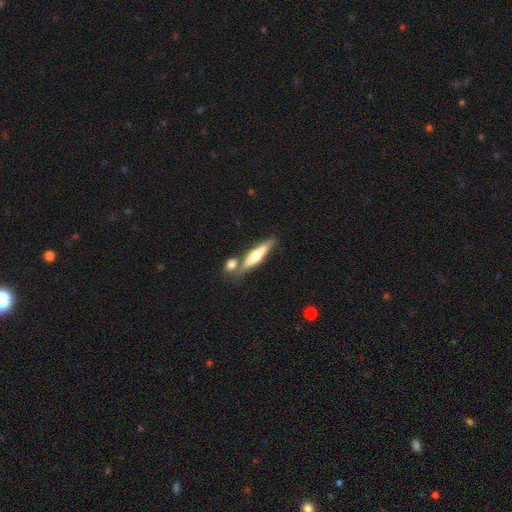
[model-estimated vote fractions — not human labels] Overall: smooth (55%; featured or disk 39%). How rounded: cigar-shaped (80%). Merging: none (62%; merger 22%).